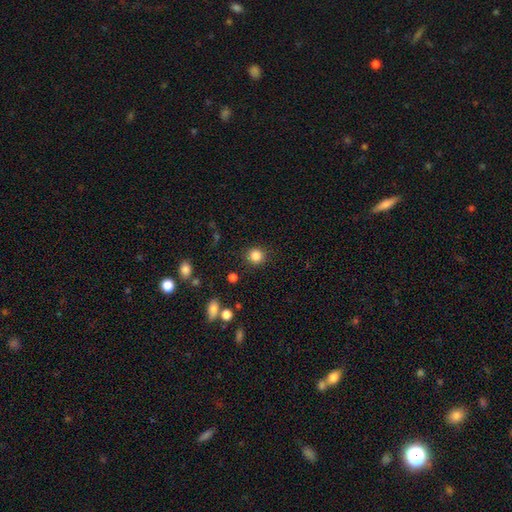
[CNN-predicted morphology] Q: Smooth or featured?
A: smooth (85%); runner-up: star or artifact (11%)
Q: How rounded?
A: round (90%); runner-up: in between (9%)
Q: Merging?
A: none (88%); runner-up: minor disturbance (7%)